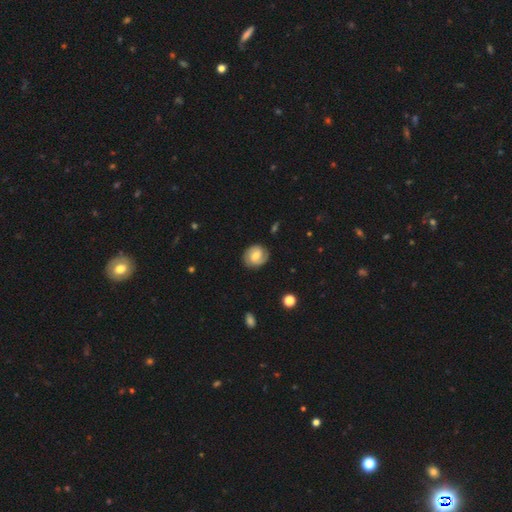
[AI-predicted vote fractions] Smooth or featured? featured or disk (59%)
Edge-on disk? no (97%)
Bar? weak (46%)
Spiral arms? yes (90%)
Spiral winding? tight (48%)
Spiral arm count? 2 (75%)
Bulge size? moderate (59%)
Merging? none (81%)